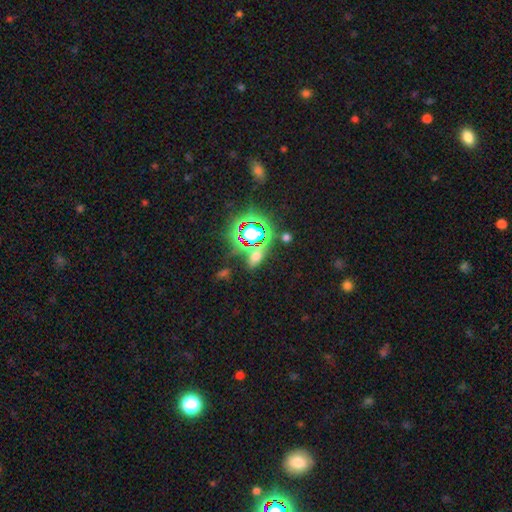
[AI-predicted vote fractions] The model was most divided on "smooth or featured": star or artifact: 49%, smooth: 40%, featured or disk: 11%.